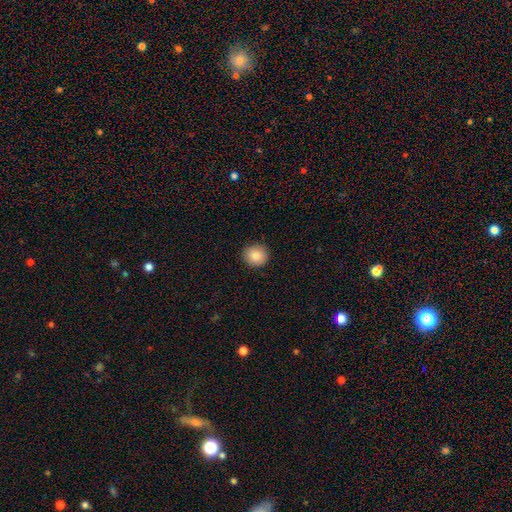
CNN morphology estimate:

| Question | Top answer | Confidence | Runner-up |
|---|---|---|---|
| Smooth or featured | smooth | 86% | star or artifact (9%) |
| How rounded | round | 89% | in between (10%) |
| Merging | none | 91% | minor disturbance (6%) |